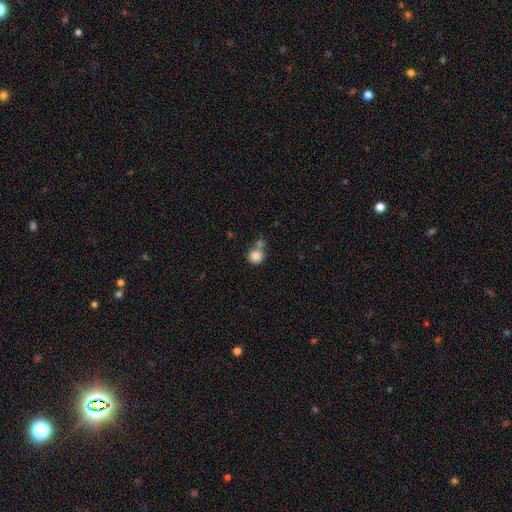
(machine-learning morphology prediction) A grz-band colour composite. It shows a smooth galaxy with no disk features (83%) that is round (88%). Merging: none (50%).